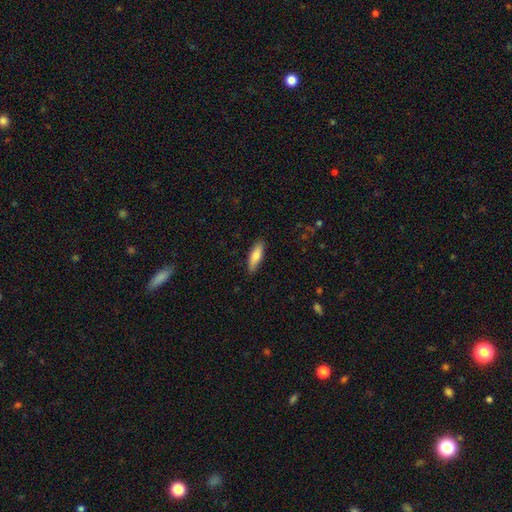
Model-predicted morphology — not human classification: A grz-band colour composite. It shows a smooth galaxy with no disk features (79%) that is cigar-shaped (51%). Merging: none (88%).